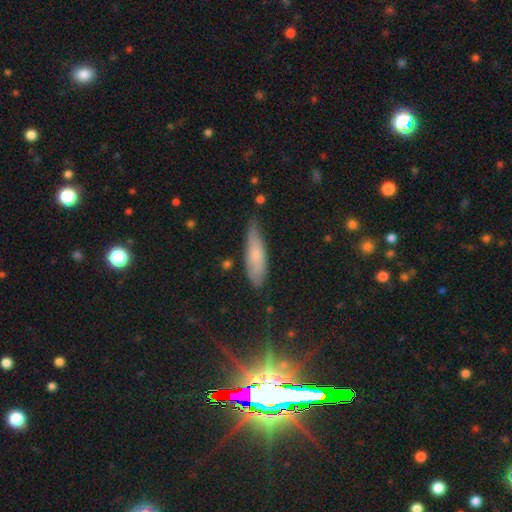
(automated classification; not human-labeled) This is likely a smooth galaxy (65%). How rounded: likely cigar-shaped (60%). Merging: likely none (68%).